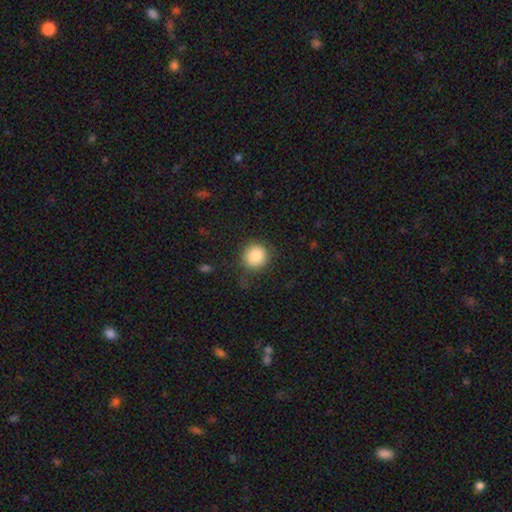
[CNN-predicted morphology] This is clearly a smooth galaxy (85%). How rounded: clearly round (93%). Merging: likely none (76%).